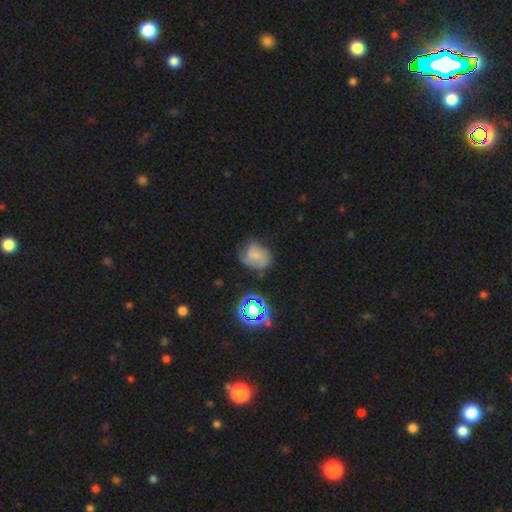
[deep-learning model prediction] Q: Smooth or featured?
A: smooth (50%); runner-up: featured or disk (32%)
Q: How rounded?
A: round (51%); runner-up: in between (48%)
Q: Merging?
A: none (50%); runner-up: minor disturbance (31%)